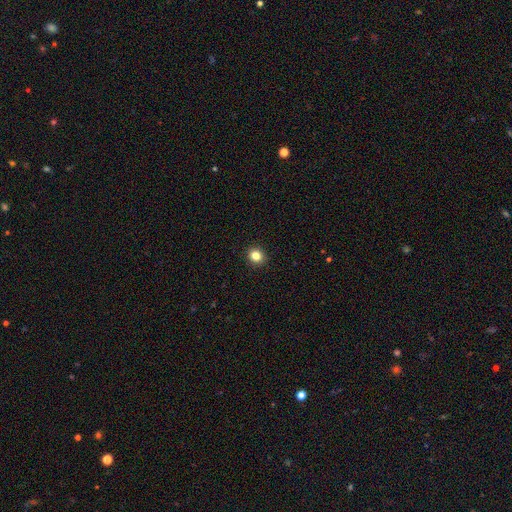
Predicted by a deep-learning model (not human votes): smooth_or_featured: smooth (p=0.83) [alt: star or artifact p=0.12]
how_rounded: round (p=0.78) [alt: in between p=0.21]
merging: none (p=0.92) [alt: minor disturbance p=0.05]